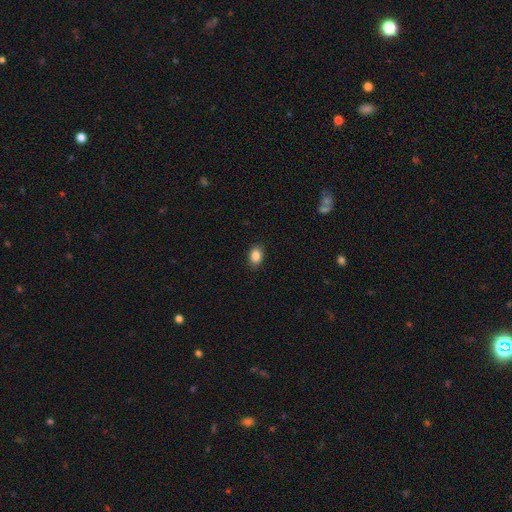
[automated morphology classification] Overall: smooth (86%). How rounded: in between (71%). Merging: none (89%).